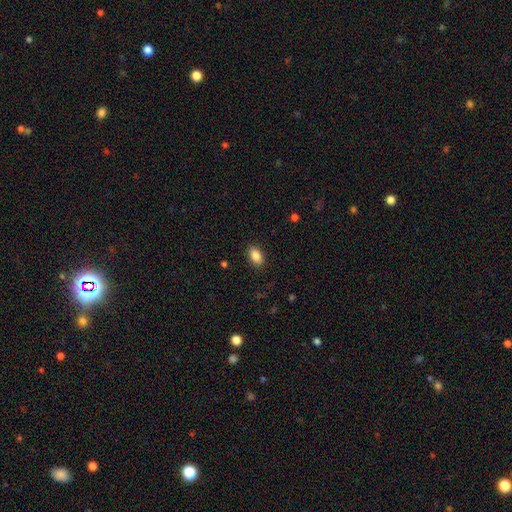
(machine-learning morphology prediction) The model was most divided on "smooth or featured": smooth: 86%, star or artifact: 8%, featured or disk: 6%. More confident: how rounded — in between (90%); merging — none (88%).